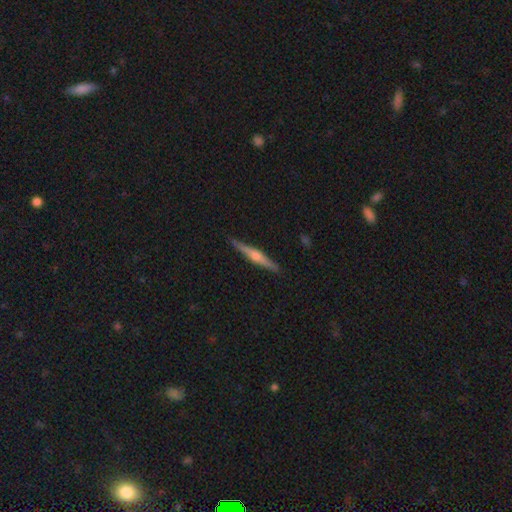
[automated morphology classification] A featured or disk galaxy (74%) viewed edge-on (98%) with a rounded central bulge (85%).

Vote fractions:
- Smooth or featured? featured or disk: 74% / smooth: 21% / star or artifact: 5%
- Edge-on disk? yes: 98% / no: 2%
- Edge-on bulge? rounded: 85% / boxy: 8% / none: 7%
- Merging? none: 92% / minor disturbance: 6% / major disturbance: 1% / merger: 1%